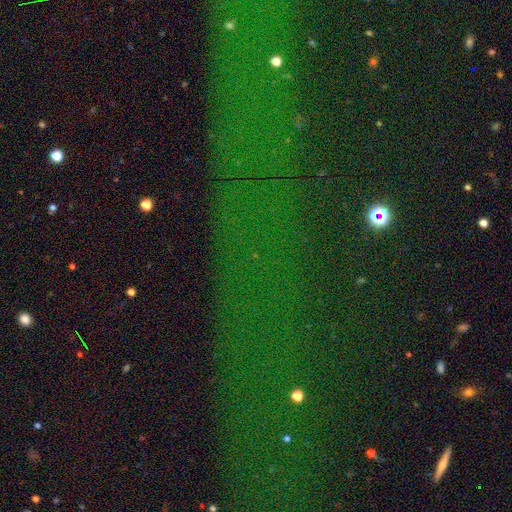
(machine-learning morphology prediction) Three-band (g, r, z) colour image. It shows a star or artifact, not a galaxy (80%).